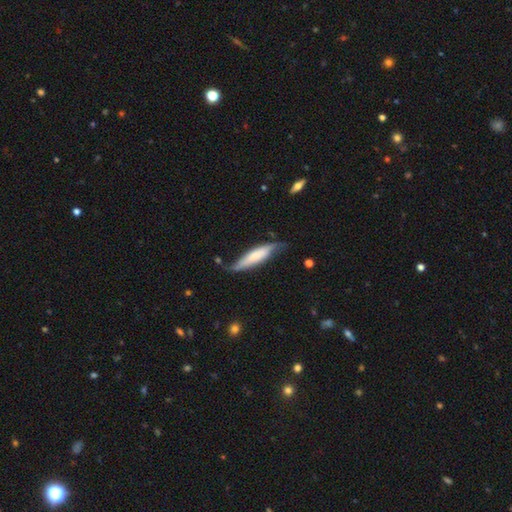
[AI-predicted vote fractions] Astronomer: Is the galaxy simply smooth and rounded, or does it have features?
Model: smooth — 55% (runner-up: featured or disk, 39%).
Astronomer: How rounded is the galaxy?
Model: cigar-shaped — 75%.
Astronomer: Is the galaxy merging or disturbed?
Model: none — 58%.